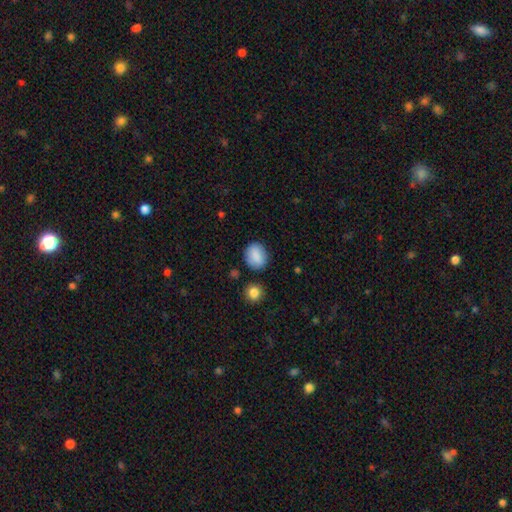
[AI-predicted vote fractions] Q: Smooth or featured?
A: smooth (86%); runner-up: star or artifact (8%)
Q: How rounded?
A: round (58%); runner-up: in between (41%)
Q: Merging?
A: none (81%); runner-up: minor disturbance (12%)